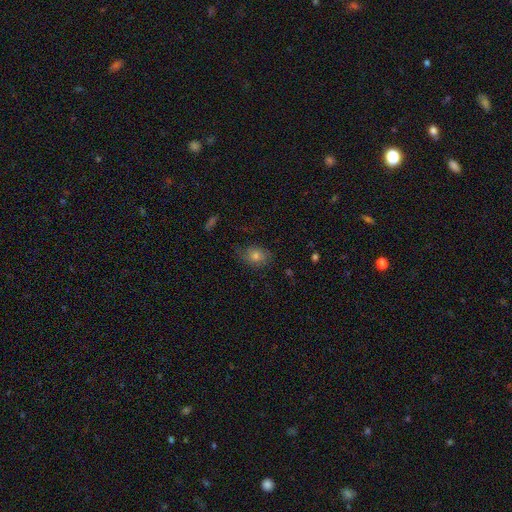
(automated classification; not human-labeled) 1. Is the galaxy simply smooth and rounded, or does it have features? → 63% smooth, 21% featured or disk, 16% star or artifact.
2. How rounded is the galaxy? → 62% in between, 37% round, 2% cigar-shaped.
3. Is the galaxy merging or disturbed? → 73% none, 20% minor disturbance, 6% major disturbance, 1% merger.